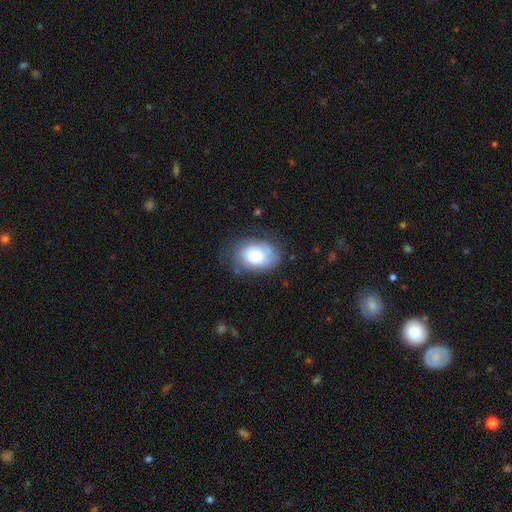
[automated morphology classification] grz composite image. It shows a smooth galaxy with no disk features (71%) that is in between round and cigar-shaped (77%). Merging: none (63%).